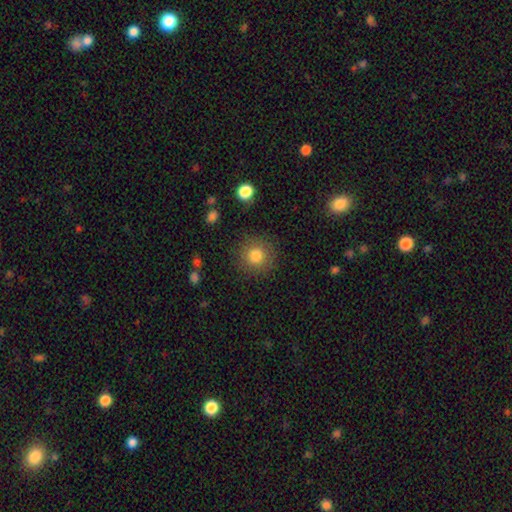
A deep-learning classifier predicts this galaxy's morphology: A smooth galaxy with no disk features (80%) that is round (94%). Merging: none (86%).